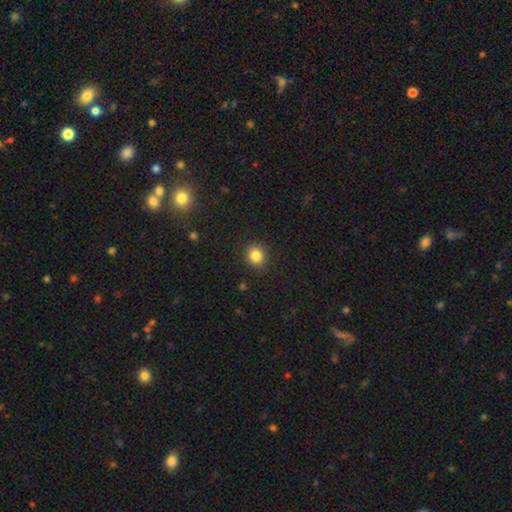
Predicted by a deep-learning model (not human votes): This appears to be a smooth galaxy with no disk features (85%) that is round (84%). Merging: none (89%).